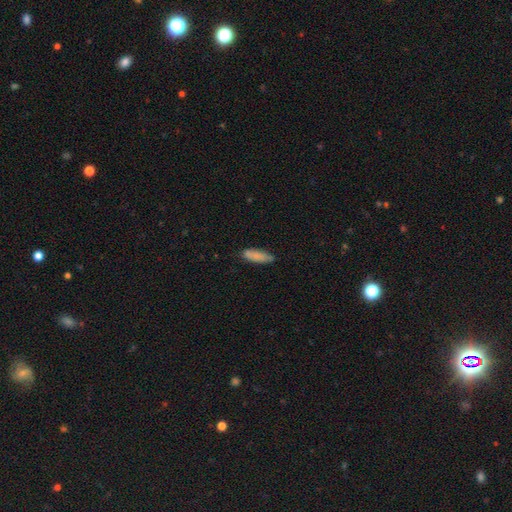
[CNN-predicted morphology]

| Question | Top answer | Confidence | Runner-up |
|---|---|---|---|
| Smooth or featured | smooth | 82% | featured or disk (11%) |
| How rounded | in between | 50% | cigar-shaped (49%) |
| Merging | none | 74% | minor disturbance (19%) |